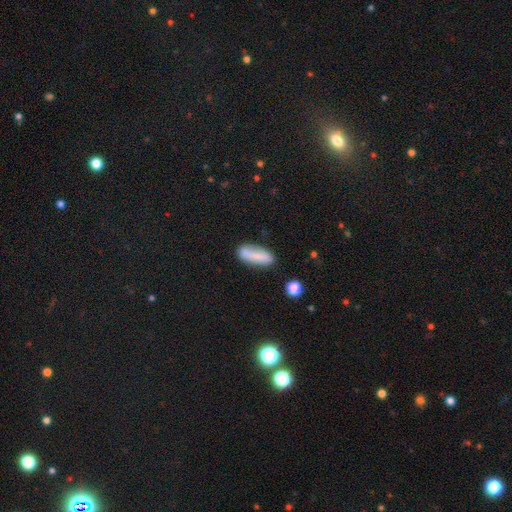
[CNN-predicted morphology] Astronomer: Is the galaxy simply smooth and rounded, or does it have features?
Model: smooth — 74%.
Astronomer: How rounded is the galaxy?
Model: in between — 58% (runner-up: cigar-shaped, 39%).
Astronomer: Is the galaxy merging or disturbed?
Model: none — 72%.